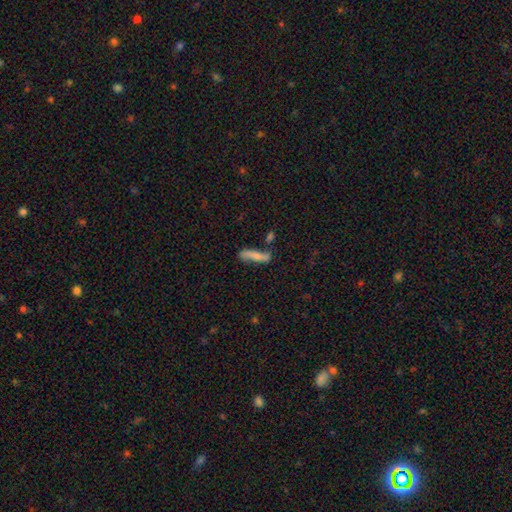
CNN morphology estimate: A smooth galaxy with no disk features (68%) that is cigar-shaped (76%). Merging: none (59%).